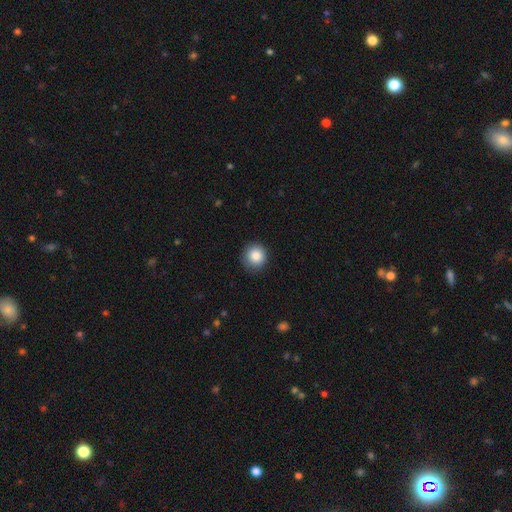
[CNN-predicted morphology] smooth-or-featured: smooth: 86% | star or artifact: 9% | featured or disk: 5%
  how-rounded: round: 93% | in between: 6% | cigar-shaped: 1%
  merging: none: 86% | minor disturbance: 11% | major disturbance: 2% | merger: 1%